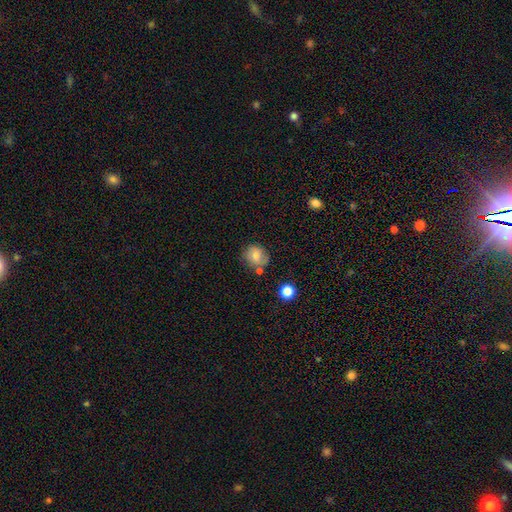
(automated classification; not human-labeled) Smooth or featured?
  - smooth: 73% *
  - featured or disk: 17%
  - star or artifact: 10%
How rounded?
  - round: 79% *
  - in between: 20%
  - cigar-shaped: 1%
Merging?
  - none: 69% *
  - minor disturbance: 17%
  - merger: 10%
  - major disturbance: 4%